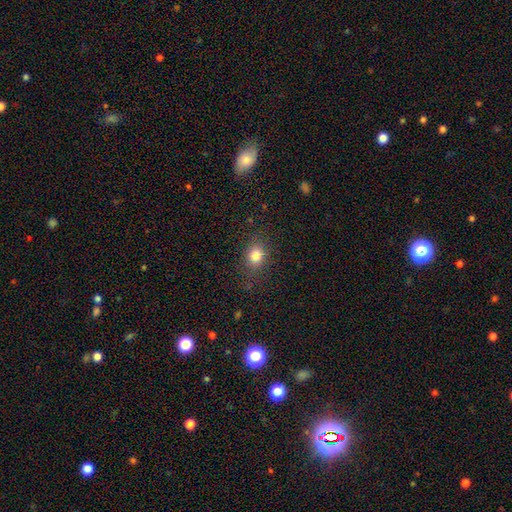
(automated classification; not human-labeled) The model was most divided on "how rounded": round: 52%, in between: 46%, cigar-shaped: 1%. More confident: merging — none (82%); smooth or featured — smooth (81%).